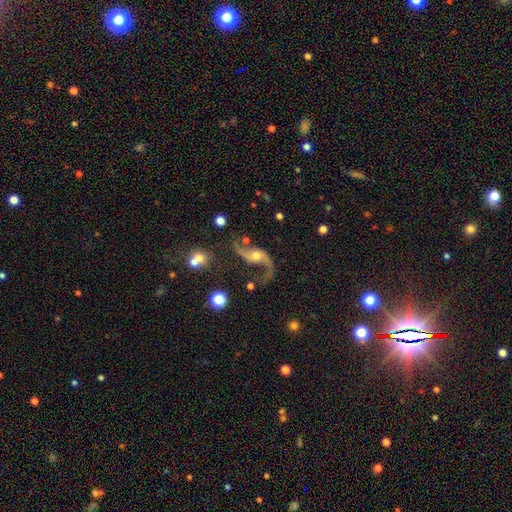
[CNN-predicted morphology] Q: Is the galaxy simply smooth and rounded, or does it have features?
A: featured or disk — 89%.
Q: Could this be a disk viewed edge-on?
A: no — 96%.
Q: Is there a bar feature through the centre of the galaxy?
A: no — 62%.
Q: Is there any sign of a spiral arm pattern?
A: yes — 96%.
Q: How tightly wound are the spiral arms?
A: loose — 90%.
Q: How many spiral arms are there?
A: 2 — 91%.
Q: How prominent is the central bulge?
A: moderate — 56%.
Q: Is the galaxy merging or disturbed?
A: none — 62%.